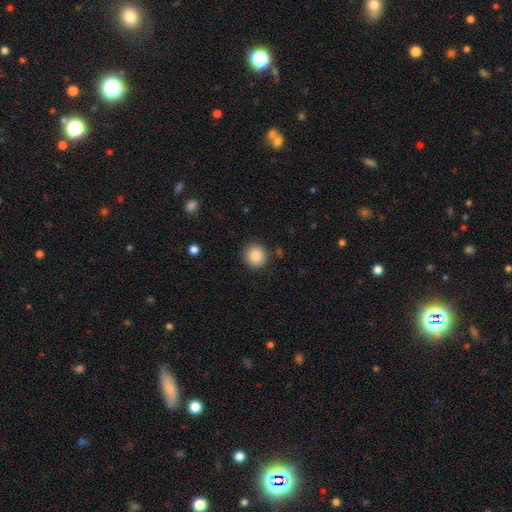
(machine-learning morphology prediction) smooth 87%, star or artifact 9%, featured or disk 4%. Down the decision tree: how rounded — round (90%); merging — none (89%).